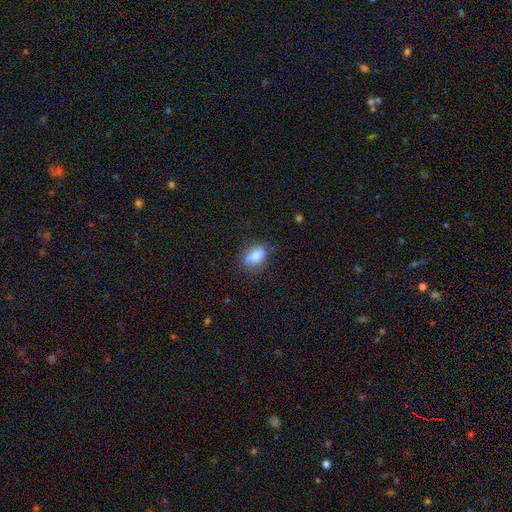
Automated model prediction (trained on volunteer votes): A smooth galaxy with no disk features (71%) that is in between round and cigar-shaped (75%).

Vote fractions:
- Smooth or featured? smooth: 71% / featured or disk: 20% / star or artifact: 10%
- How rounded? in between: 75% / round: 18% / cigar-shaped: 7%
- Merging? none: 62% / minor disturbance: 24% / major disturbance: 7% / merger: 7%